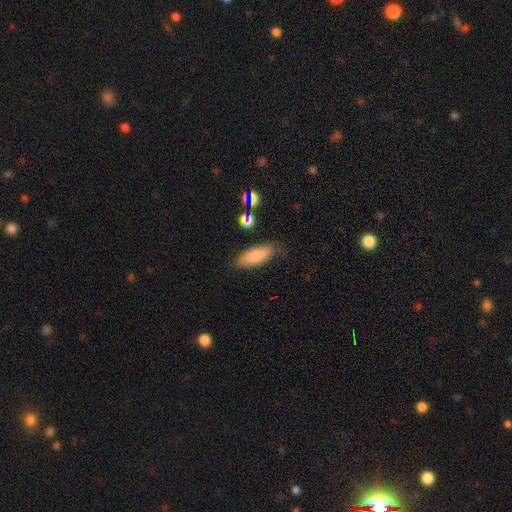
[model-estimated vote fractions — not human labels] Smooth or featured?
  - smooth: 81% *
  - featured or disk: 11%
  - star or artifact: 8%
How rounded?
  - in between: 73% *
  - cigar-shaped: 25%
  - round: 2%
Merging?
  - none: 77% *
  - minor disturbance: 16%
  - major disturbance: 4%
  - merger: 2%